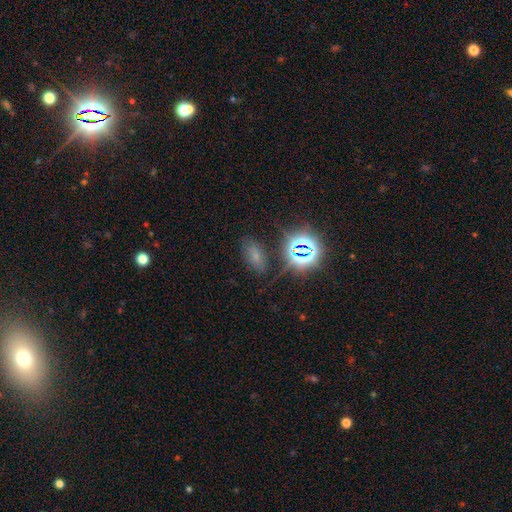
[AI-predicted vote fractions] A smooth galaxy with no disk features (55%) that is in between round and cigar-shaped (88%). Merging: none (74%).